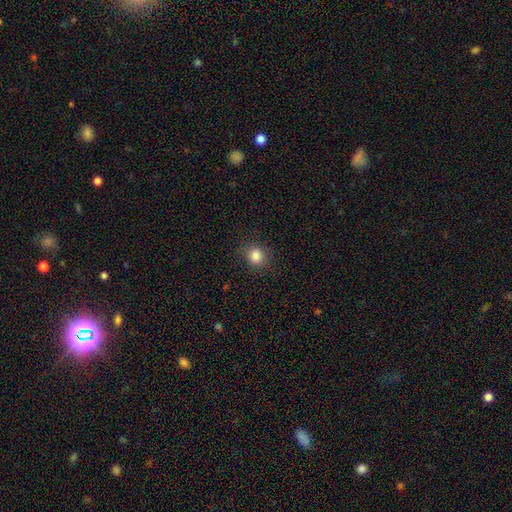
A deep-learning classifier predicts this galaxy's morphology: A smooth galaxy with no disk features (85%) that is round (73%).

Vote fractions:
- Smooth or featured? smooth: 85% / star or artifact: 11% / featured or disk: 5%
- How rounded? round: 73% / in between: 26% / cigar-shaped: 1%
- Merging? none: 84% / minor disturbance: 11% / major disturbance: 4% / merger: 1%